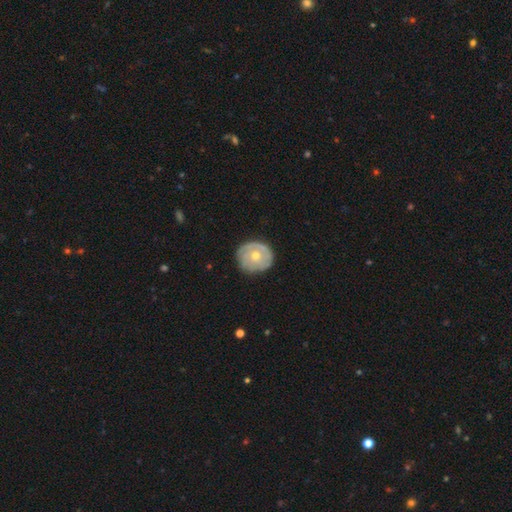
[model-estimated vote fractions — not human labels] A featured or disk galaxy (50%). Merging: none (76%).